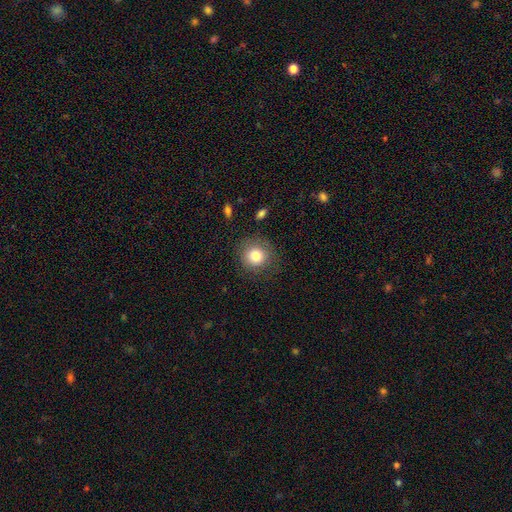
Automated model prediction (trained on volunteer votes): Morphology: type=smooth (81%); roundness=round (90%); merging=none (80%).